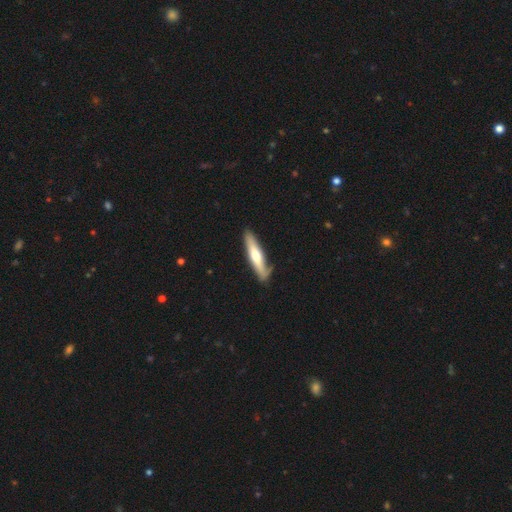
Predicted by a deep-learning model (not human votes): Smooth or featured? smooth (51%)
How rounded? cigar-shaped (83%)
Merging? none (73%)